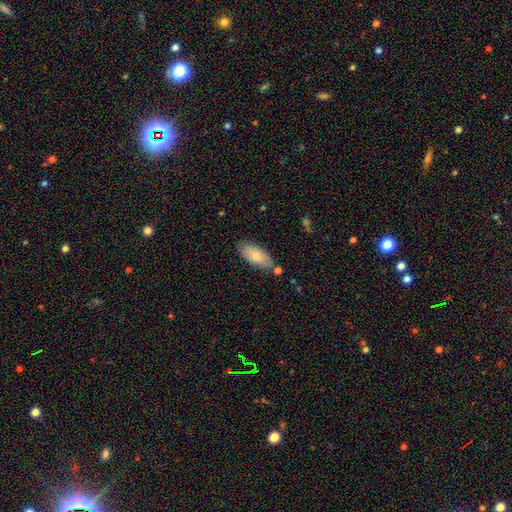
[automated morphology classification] Smooth or featured? smooth (78%)
How rounded? in between (90%)
Merging? none (74%)